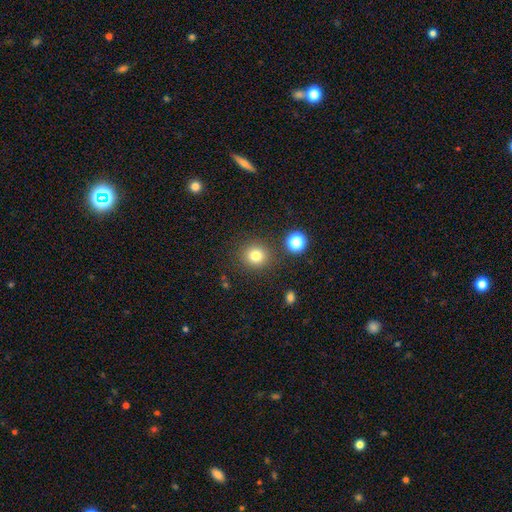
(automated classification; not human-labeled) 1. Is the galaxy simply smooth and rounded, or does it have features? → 79% smooth, 14% star or artifact, 7% featured or disk.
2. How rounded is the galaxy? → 90% round, 9% in between, 1% cigar-shaped.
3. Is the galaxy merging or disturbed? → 86% none, 7% minor disturbance, 4% merger, 3% major disturbance.